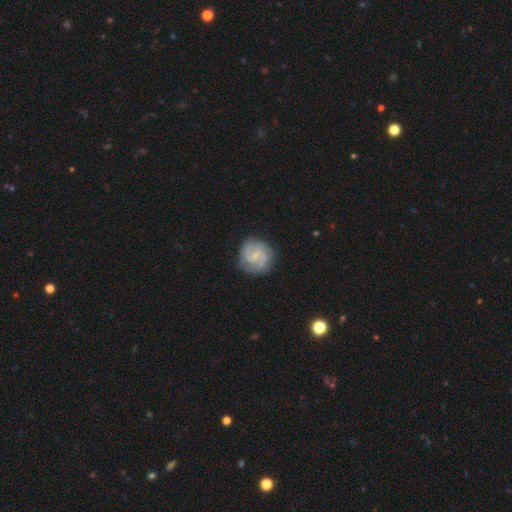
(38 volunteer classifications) Smooth or featured? featured or disk (76%)
Edge-on disk? no (100%)
Bar? no (55%)
Spiral arms? yes (100%)
Spiral winding? medium (72%)
Spiral arm count? 2 (83%)
Bulge size? small (69%)
Merging? none (77%)